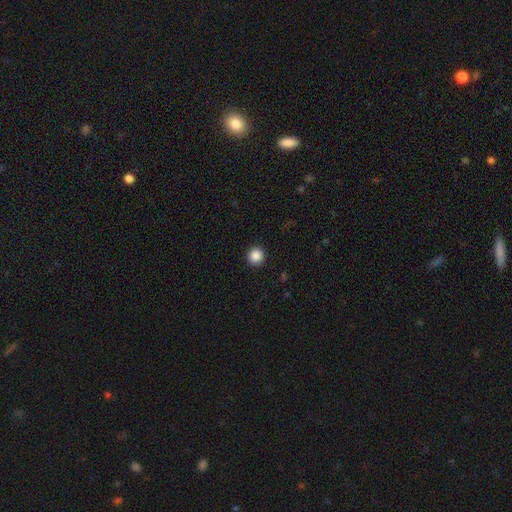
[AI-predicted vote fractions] A smooth galaxy with no disk features (88%) that is round (95%). Merging: none (93%).